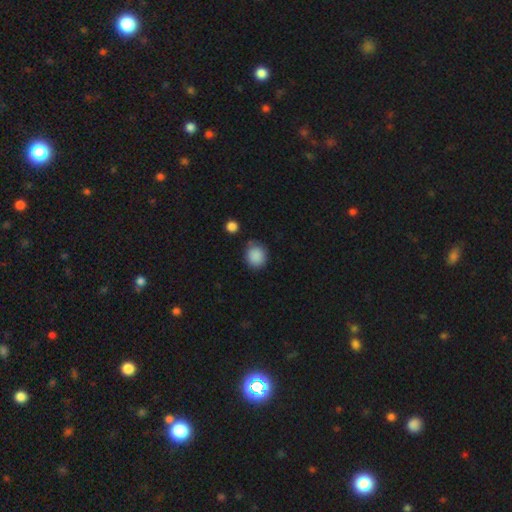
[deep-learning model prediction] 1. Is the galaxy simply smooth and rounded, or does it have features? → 89% smooth, 8% star or artifact, 3% featured or disk.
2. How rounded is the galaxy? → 80% round, 19% in between, 1% cigar-shaped.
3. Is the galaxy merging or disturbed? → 78% none, 14% minor disturbance, 4% merger, 4% major disturbance.